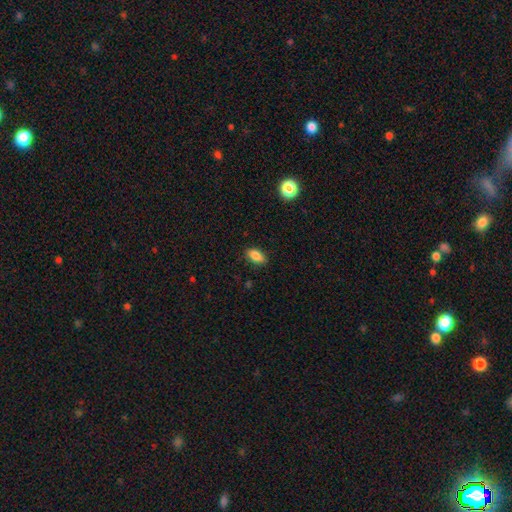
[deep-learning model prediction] This appears to be a smooth galaxy with no disk features (85%) that is in between round and cigar-shaped (89%). Merging: none (86%).